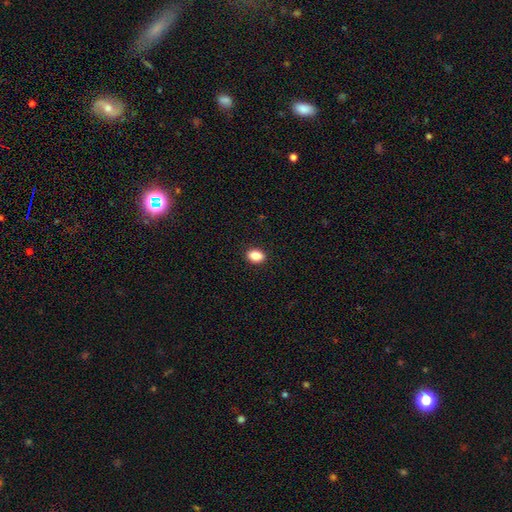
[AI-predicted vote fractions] A smooth galaxy with no disk features (87%) that is in between round and cigar-shaped (74%).

Vote fractions:
- Smooth or featured? smooth: 87% / star or artifact: 9% / featured or disk: 4%
- How rounded? in between: 74% / round: 25% / cigar-shaped: 1%
- Merging? none: 91% / minor disturbance: 7% / major disturbance: 2% / merger: 1%